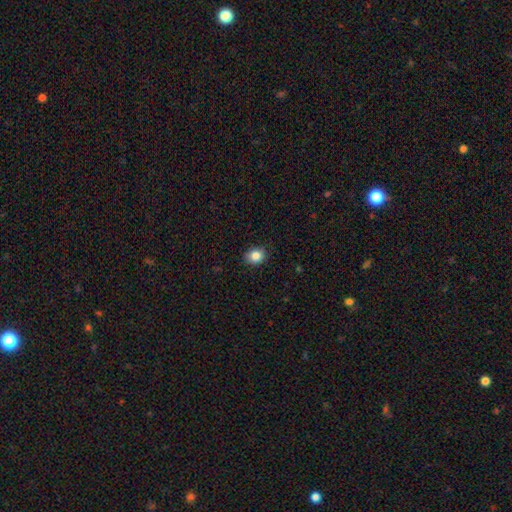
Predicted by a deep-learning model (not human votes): A smooth galaxy with no disk features (85%) that is round (51%).

Vote fractions:
- Smooth or featured? smooth: 85% / star or artifact: 9% / featured or disk: 5%
- How rounded? round: 51% / in between: 48% / cigar-shaped: 1%
- Merging? none: 86% / minor disturbance: 11% / major disturbance: 2% / merger: 1%